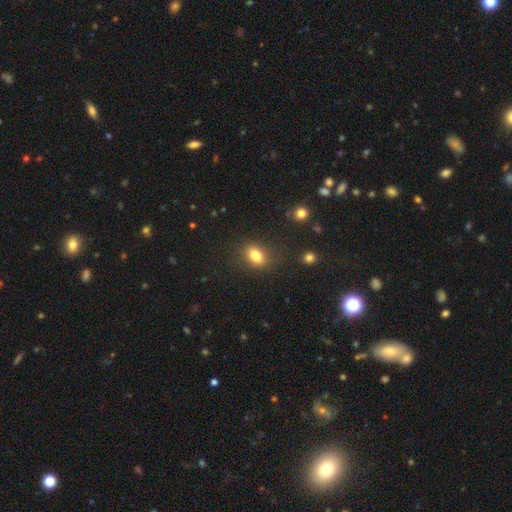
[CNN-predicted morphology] The model was most divided on "how rounded": in between: 79%, round: 18%, cigar-shaped: 3%. More confident: merging — none (82%); smooth or featured — smooth (82%).